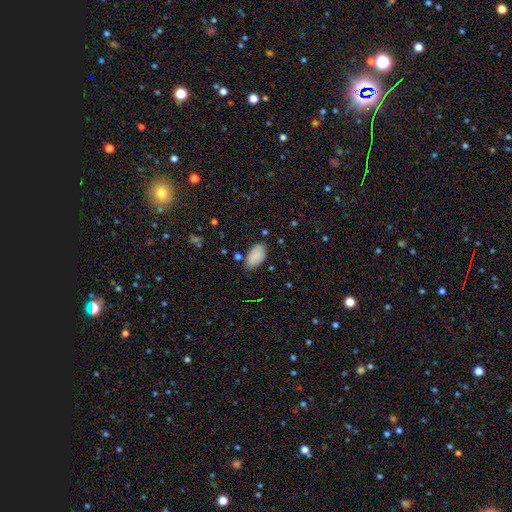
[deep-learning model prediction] Overall: smooth (88%). How rounded: in between (95%). Merging: none (74%).